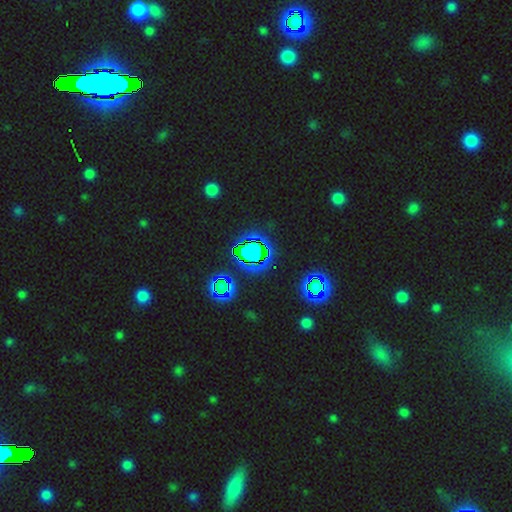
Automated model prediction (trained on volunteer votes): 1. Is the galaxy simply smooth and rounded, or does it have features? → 77% star or artifact, 14% smooth, 8% featured or disk.